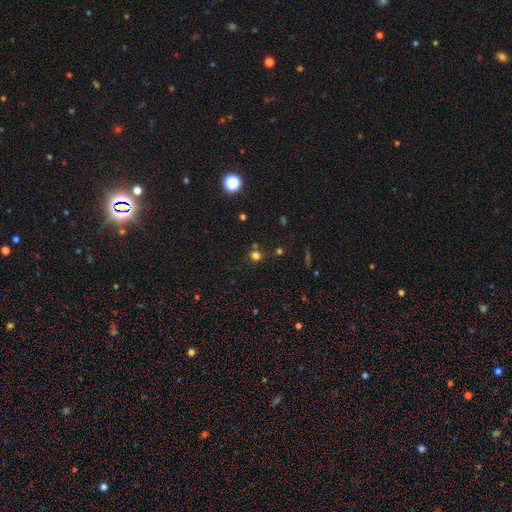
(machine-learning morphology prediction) Smooth or featured: smooth — 69% (star or artifact — 25%)
How rounded: round — 88% (in between — 11%)
Merging: none — 76% (merger — 10%)